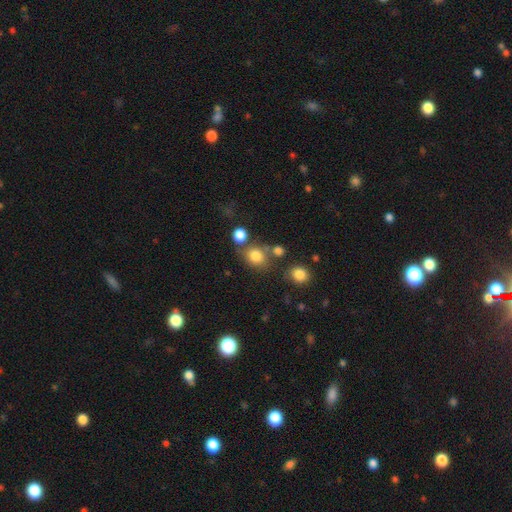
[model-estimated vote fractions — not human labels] The model was most divided on "how rounded": round: 70%, in between: 29%, cigar-shaped: 1%. More confident: smooth or featured — smooth (80%); merging — none (65%).